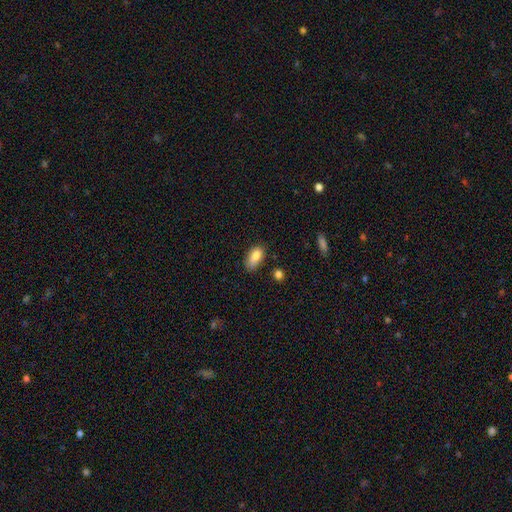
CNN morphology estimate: smooth_or_featured: smooth (p=0.82) [alt: featured or disk p=0.09]
how_rounded: in between (p=0.89) [alt: round p=0.06]
merging: none (p=0.55) [alt: minor disturbance p=0.34]